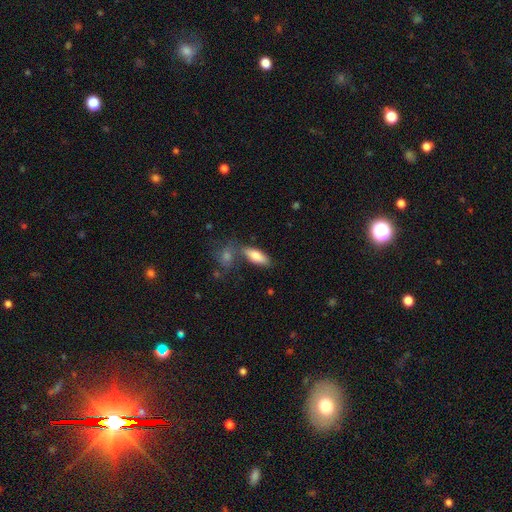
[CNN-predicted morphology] This is likely a smooth galaxy (78%). How rounded: likely in between (70%). Merging: likely none (65%).